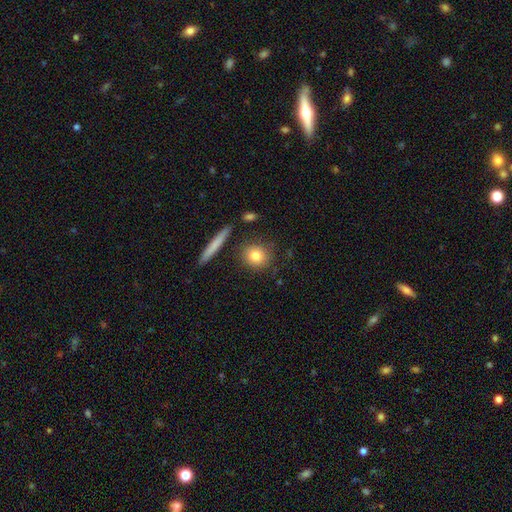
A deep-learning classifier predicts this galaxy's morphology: Smooth or featured: smooth — 81% (featured or disk — 11%)
How rounded: round — 81% (in between — 15%)
Merging: none — 83% (minor disturbance — 9%)